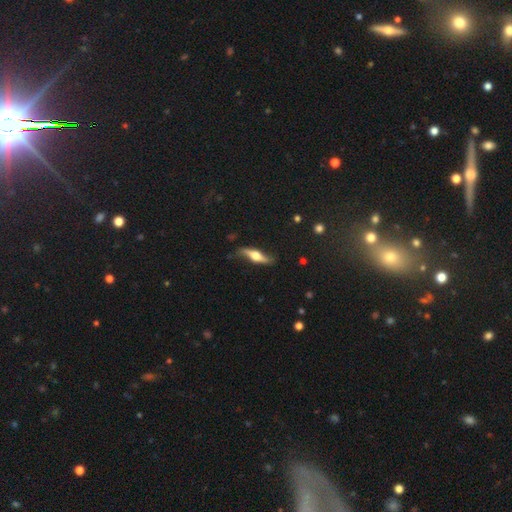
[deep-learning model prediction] This appears to be a featured or disk galaxy (70%) viewed edge-on (70%). Merging: none (72%).